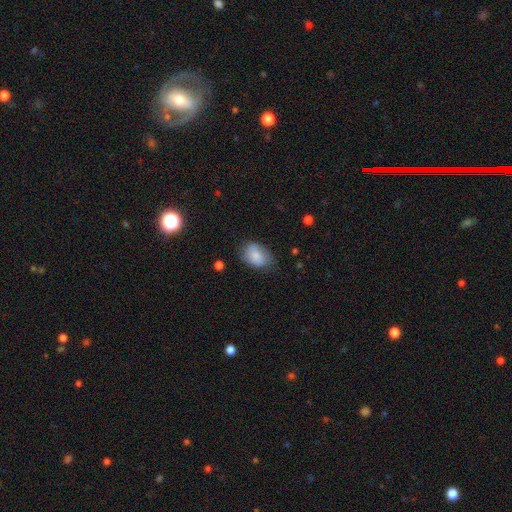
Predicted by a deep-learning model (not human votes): This appears to be a smooth galaxy with no disk features (81%) that is in between round and cigar-shaped (79%). Merging: none (64%).